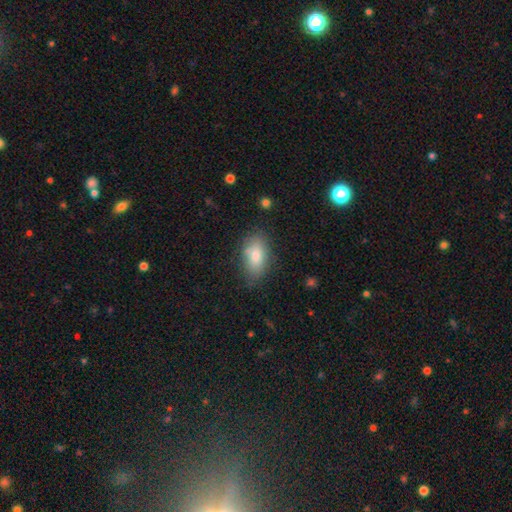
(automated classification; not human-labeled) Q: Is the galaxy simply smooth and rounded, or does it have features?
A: smooth — 80%.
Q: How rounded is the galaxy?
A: in between — 90%.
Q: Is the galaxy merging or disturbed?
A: none — 76%.